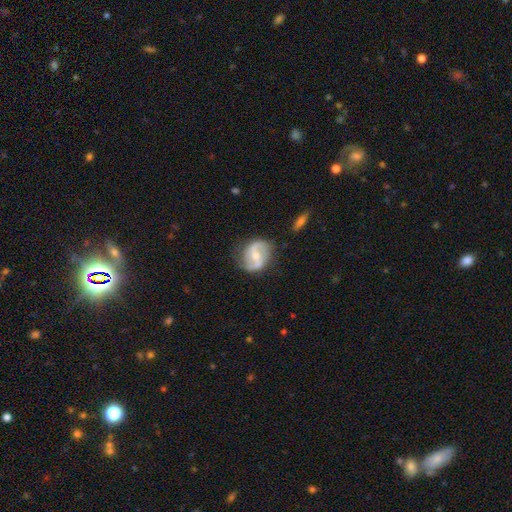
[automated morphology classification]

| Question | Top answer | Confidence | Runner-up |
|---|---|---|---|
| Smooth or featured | featured or disk | 80% | smooth (15%) |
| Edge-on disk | no | 97% | yes (3%) |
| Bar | weak | 46% | no (32%) |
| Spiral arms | yes | 92% | no (8%) |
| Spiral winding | medium | 43% | loose (42%) |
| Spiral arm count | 2 | 90% | can't tell (5%) |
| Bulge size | moderate | 54% | small (40%) |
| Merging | none | 75% | minor disturbance (18%) |